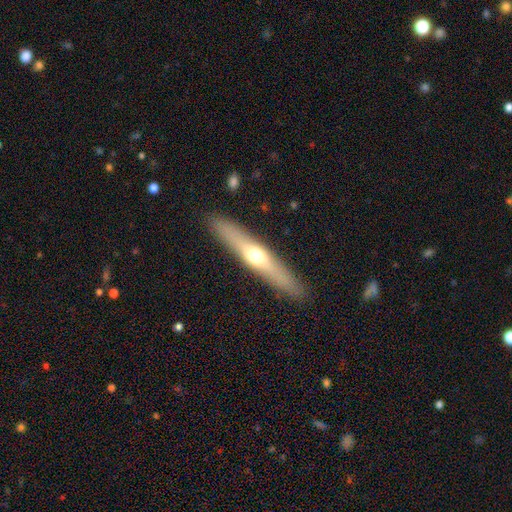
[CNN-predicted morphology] This appears to be a featured or disk galaxy (57%) viewed edge-on (91%) with a rounded central bulge (89%). Merging: none (90%).